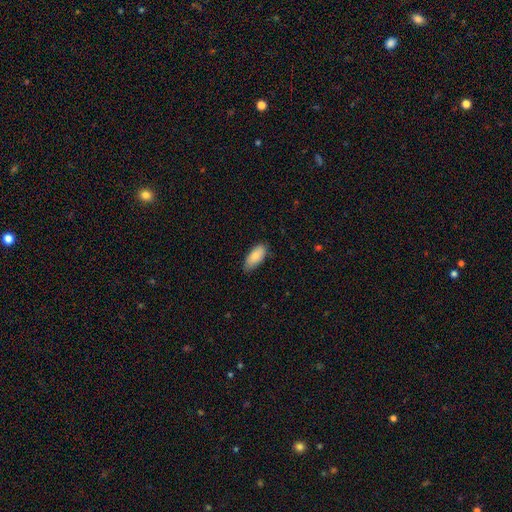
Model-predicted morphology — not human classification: Q: Smooth or featured?
A: smooth (83%); runner-up: featured or disk (11%)
Q: How rounded?
A: in between (87%); runner-up: cigar-shaped (11%)
Q: Merging?
A: none (75%); runner-up: minor disturbance (21%)